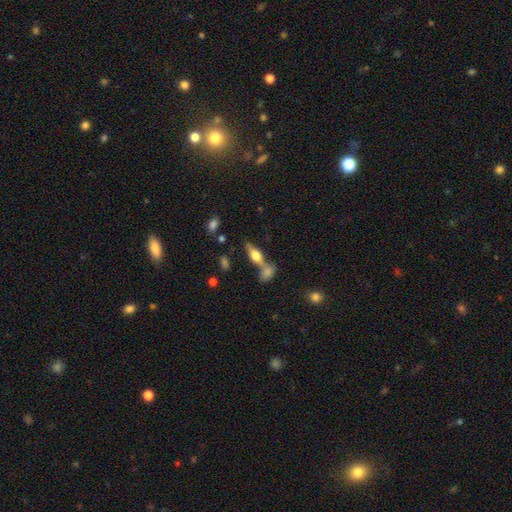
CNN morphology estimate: Smooth or featured? featured or disk (52%)
Edge-on disk? yes (91%)
Merging? none (54%)